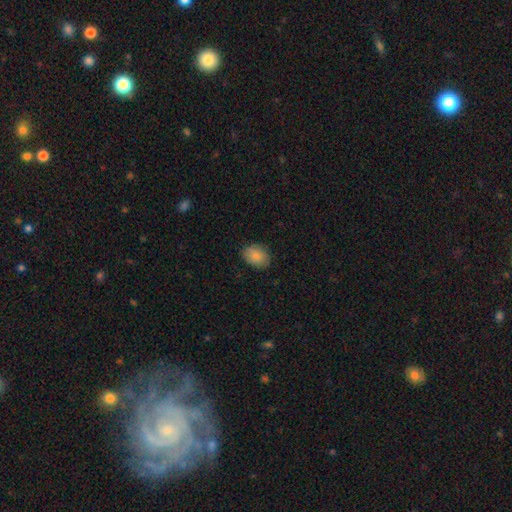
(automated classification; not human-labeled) Smooth or featured: smooth — 87% (star or artifact — 7%)
How rounded: in between — 68% (round — 31%)
Merging: none — 84% (minor disturbance — 12%)